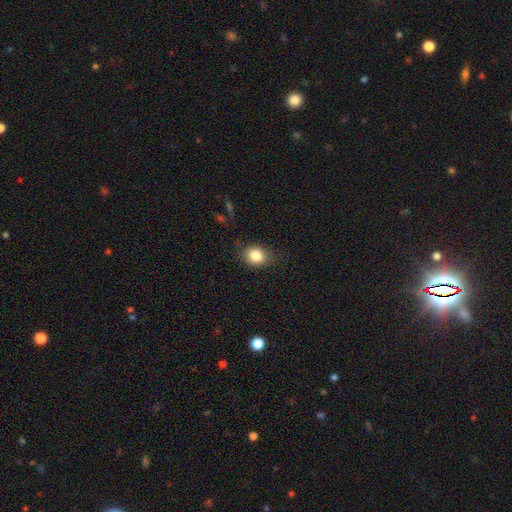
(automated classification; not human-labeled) Smooth or featured? Predicted: smooth (p=0.84). How rounded? Predicted: round (p=0.61). Merging? Predicted: none (p=0.76).